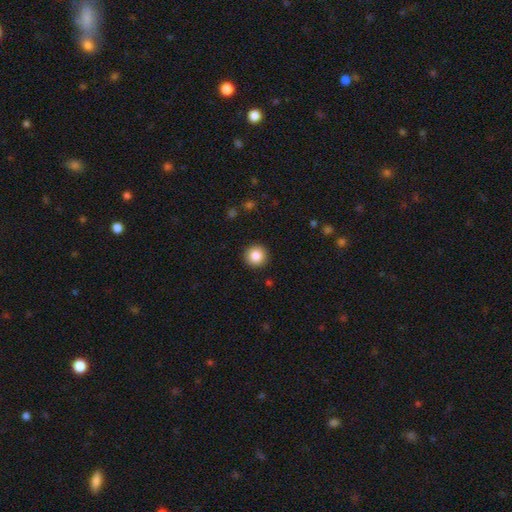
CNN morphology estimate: A smooth galaxy with no disk features (86%) that is round (96%). Merging: none (92%).